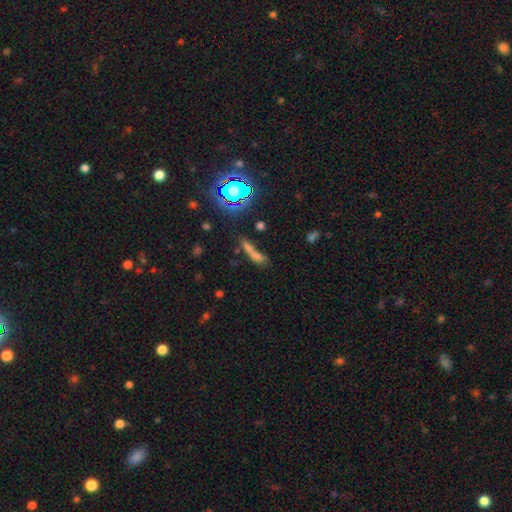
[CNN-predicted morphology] Smooth or featured?
  - smooth: 57% *
  - star or artifact: 26%
  - featured or disk: 18%
How rounded?
  - cigar-shaped: 59% *
  - in between: 31%
  - round: 10%
Merging?
  - merger: 38% *
  - none: 35%
  - minor disturbance: 14%
  - major disturbance: 12%